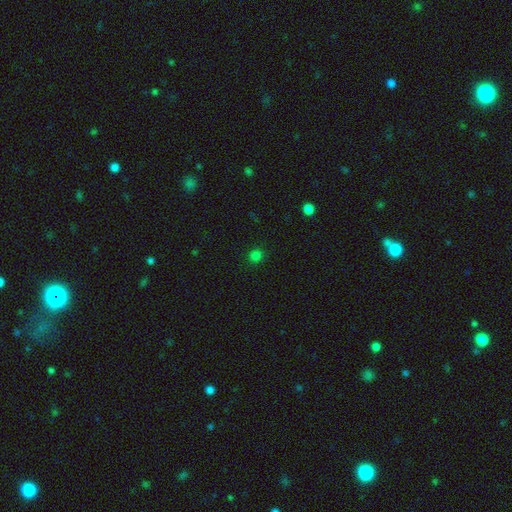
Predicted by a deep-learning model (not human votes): A smooth galaxy with no disk features (79%) that is round (89%). Merging: none (90%).